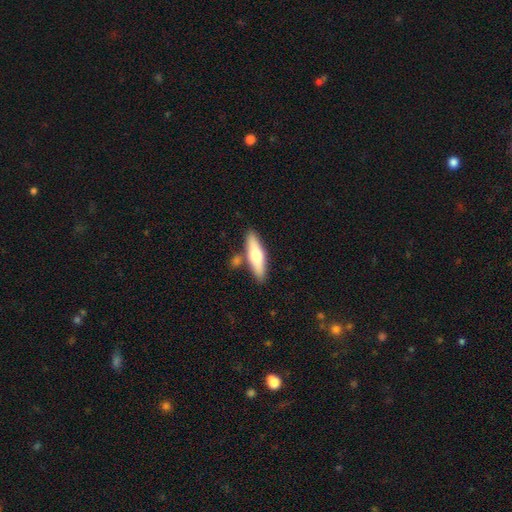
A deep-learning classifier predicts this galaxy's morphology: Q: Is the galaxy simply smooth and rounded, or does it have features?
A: smooth — 54%.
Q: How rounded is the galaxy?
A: cigar-shaped — 70%.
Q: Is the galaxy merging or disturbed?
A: none — 78%.